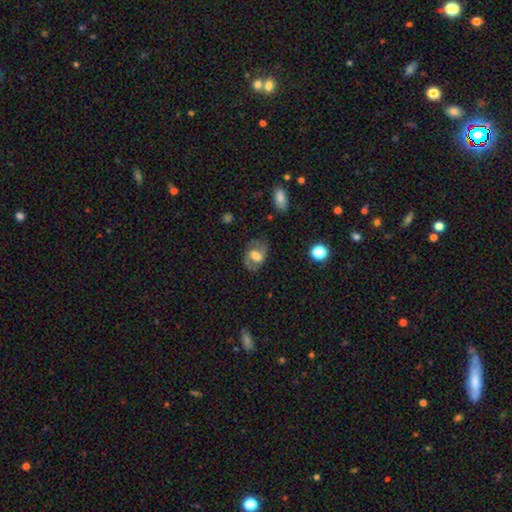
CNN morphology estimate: smooth-or-featured: featured or disk: 47% | smooth: 44% | star or artifact: 9%
  merging: none: 70% | minor disturbance: 18% | major disturbance: 10% | merger: 2%